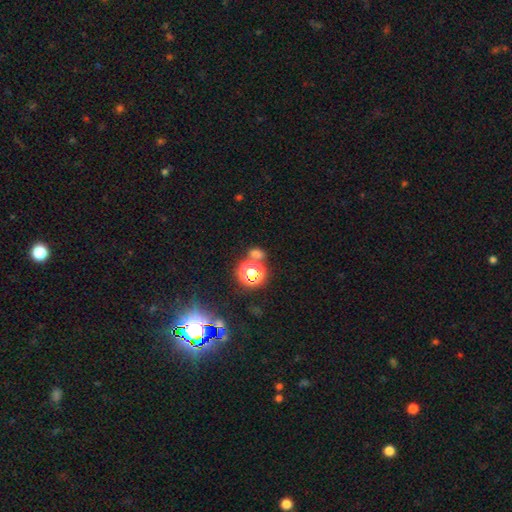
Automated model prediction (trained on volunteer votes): star or artifact 58%, smooth 33%, featured or disk 9%.